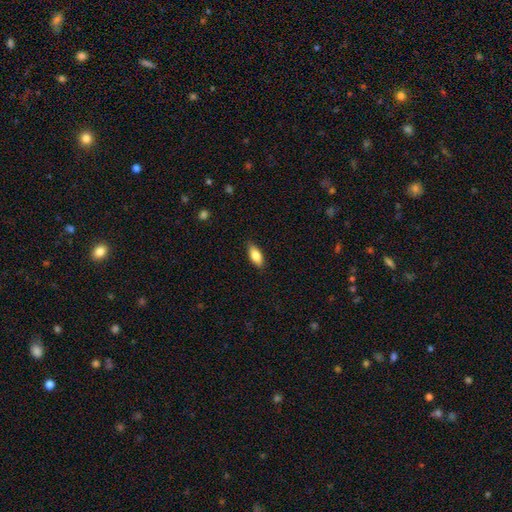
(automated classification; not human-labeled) Overall: smooth (82%). How rounded: in between (84%). Merging: none (88%).